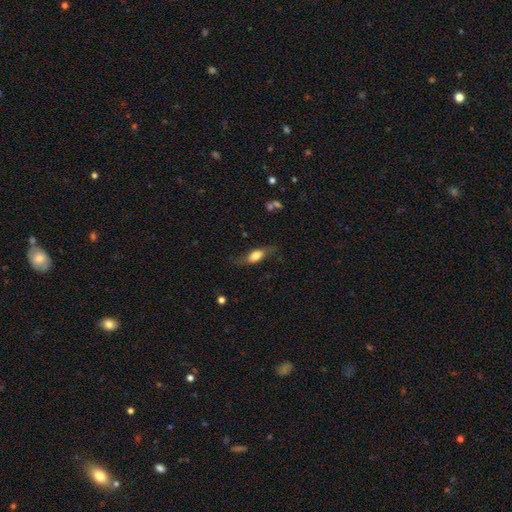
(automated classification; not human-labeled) The model was most divided on "smooth or featured": smooth: 61%, featured or disk: 32%, star or artifact: 7%. More confident: how rounded — in between (67%); merging — none (64%).